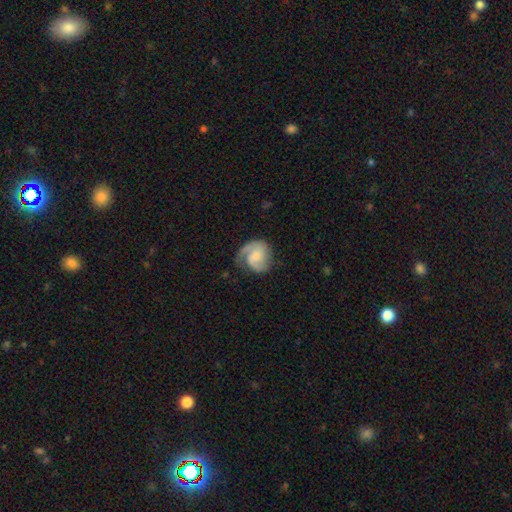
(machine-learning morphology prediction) smooth_or_featured: featured or disk (p=0.77) [alt: smooth p=0.18]
disk_edge_on: no (p=0.98) [alt: yes p=0.02]
bar: no (p=0.60) [alt: weak p=0.33]
has_spiral_arms: yes (p=0.96) [alt: no p=0.04]
spiral_winding: medium (p=0.44) [alt: tight p=0.40]
spiral_arm_count: 2 (p=0.65) [alt: 1 p=0.23]
bulge_size: small (p=0.41) [alt: none p=0.29]
merging: none (p=0.63) [alt: minor disturbance p=0.22]